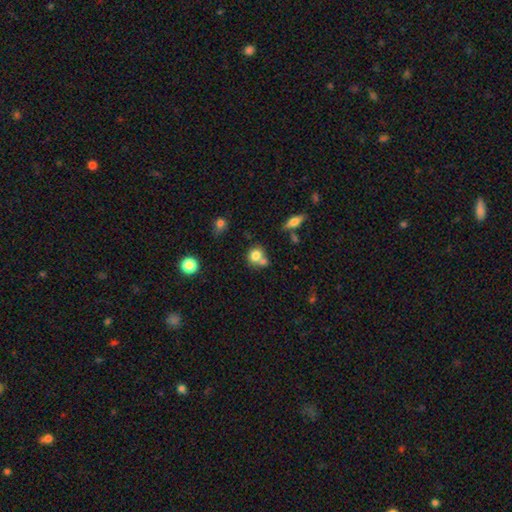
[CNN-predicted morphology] A smooth galaxy with no disk features (76%) that is round (73%). Merging: none (43%).